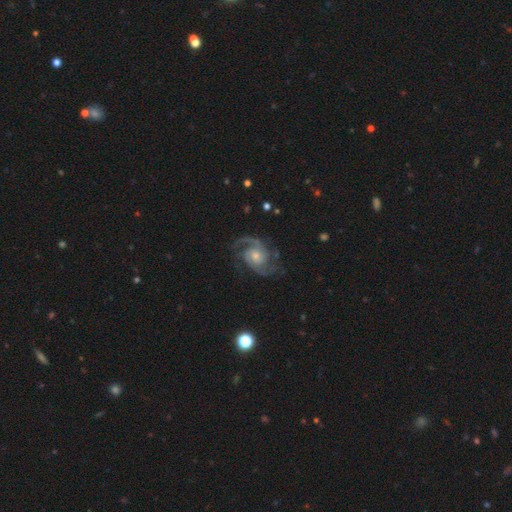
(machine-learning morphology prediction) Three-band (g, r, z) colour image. It shows a featured or disk galaxy (92%) with no bar (65%), 2 (79%) medium (54%) spiral arms (99%) and a moderate central bulge (49%). Merging: none (78%).